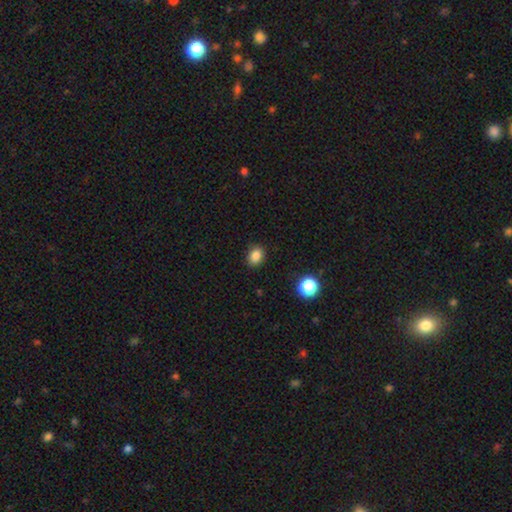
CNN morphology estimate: Overall: smooth (84%). How rounded: in between (55%; round 44%). Merging: none (87%).